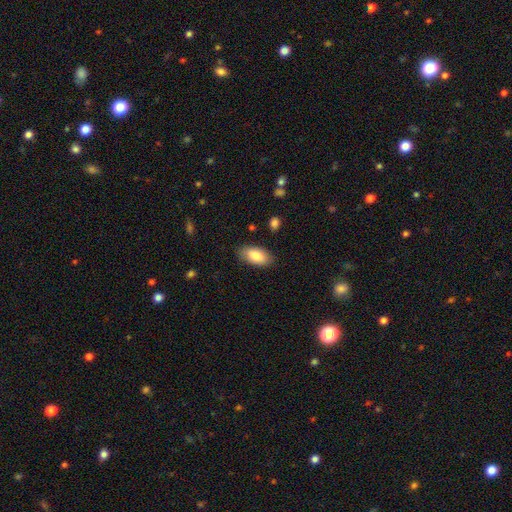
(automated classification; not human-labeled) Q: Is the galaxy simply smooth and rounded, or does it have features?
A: smooth — 84%.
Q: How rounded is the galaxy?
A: in between — 92%.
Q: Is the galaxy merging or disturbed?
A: none — 86%.